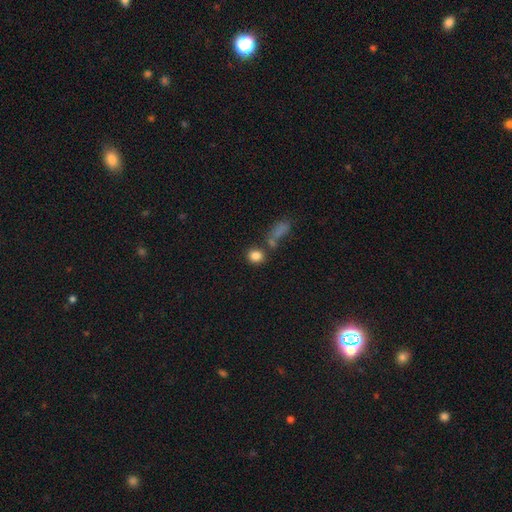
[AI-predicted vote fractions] Q: Smooth or featured?
A: smooth (83%); runner-up: star or artifact (11%)
Q: How rounded?
A: round (73%); runner-up: in between (25%)
Q: Merging?
A: none (69%); runner-up: merger (16%)